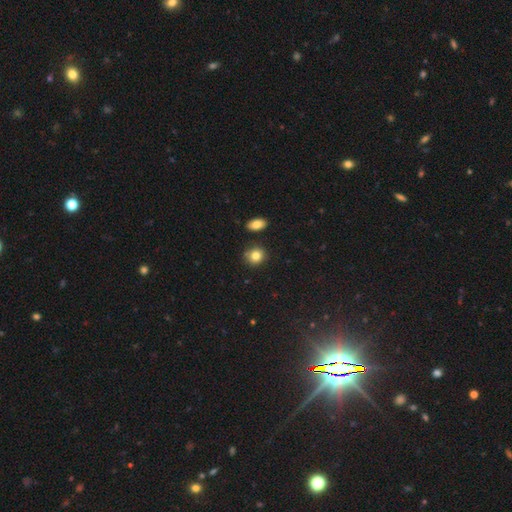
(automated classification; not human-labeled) The model was most divided on "how rounded": round: 75%, in between: 24%, cigar-shaped: 1%. More confident: smooth or featured — smooth (82%); merging — none (80%).